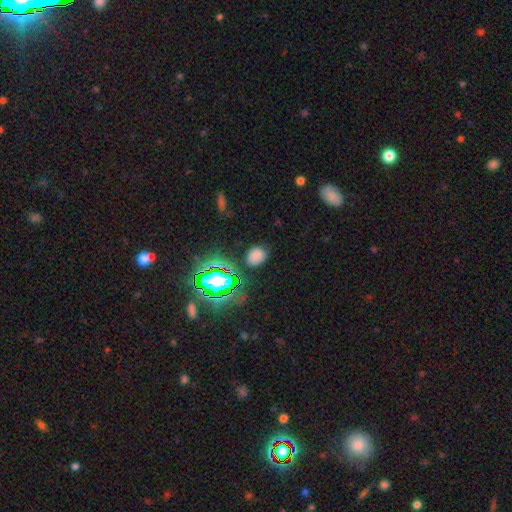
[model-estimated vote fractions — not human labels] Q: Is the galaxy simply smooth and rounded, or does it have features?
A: smooth — 71%.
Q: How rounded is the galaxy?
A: round — 51%.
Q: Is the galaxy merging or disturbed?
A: none — 81%.